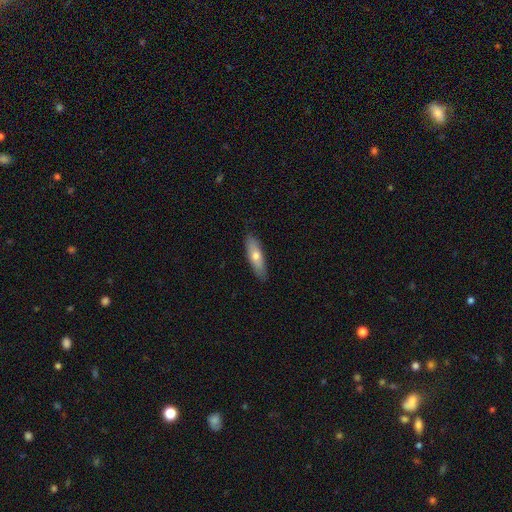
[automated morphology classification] A smooth galaxy with no disk features (65%) that is cigar-shaped (53%).

Vote fractions:
- Smooth or featured? smooth: 65% / featured or disk: 30% / star or artifact: 6%
- How rounded? cigar-shaped: 53% / in between: 45% / round: 2%
- Merging? none: 85% / minor disturbance: 11% / major disturbance: 2% / merger: 1%